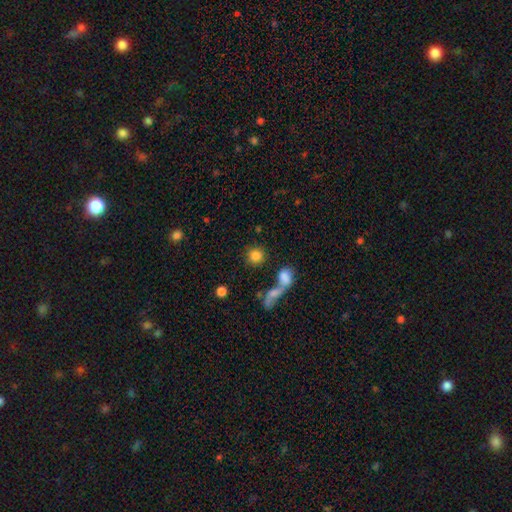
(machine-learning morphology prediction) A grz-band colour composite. It shows a smooth galaxy with no disk features (82%) that is round (88%). Merging: none (73%).